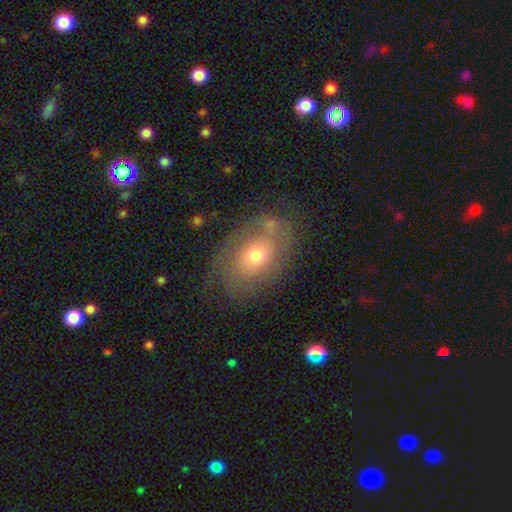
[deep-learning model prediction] Overall: featured or disk (48%; smooth 43%). Merging: none (67%).